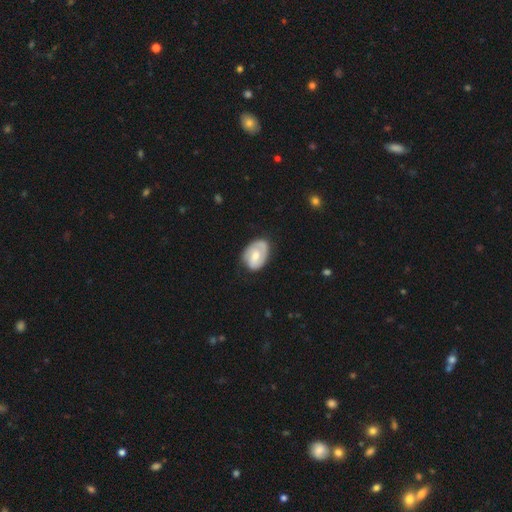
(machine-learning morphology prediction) The model was most divided on "bar": no: 53%, weak: 39%, strong: 8%. More confident: edge-on disk — no (97%); spiral arms — yes (83%); merging — none (68%); smooth or featured — featured or disk (60%); bulge size — moderate (56%).